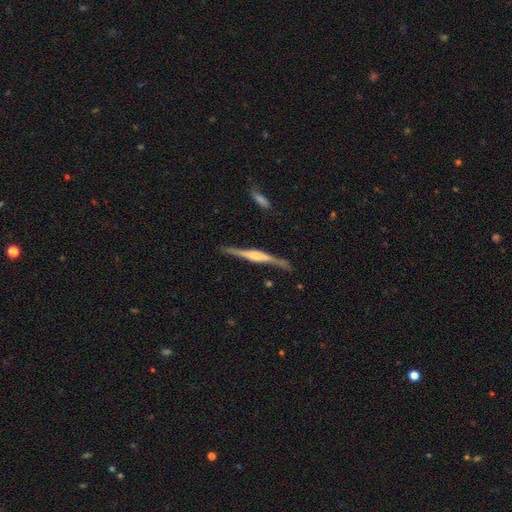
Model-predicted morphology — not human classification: Q: Smooth or featured?
A: featured or disk (81%); runner-up: smooth (14%)
Q: Edge-on disk?
A: yes (97%); runner-up: no (3%)
Q: Edge-on bulge?
A: rounded (49%); runner-up: boxy (43%)
Q: Merging?
A: none (82%); runner-up: minor disturbance (13%)